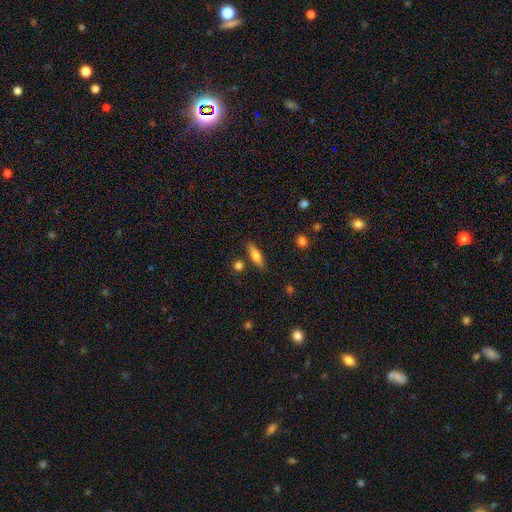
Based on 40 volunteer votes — A smooth galaxy with no disk features (80%) that is cigar-shaped (66%). Merging: none (80%).